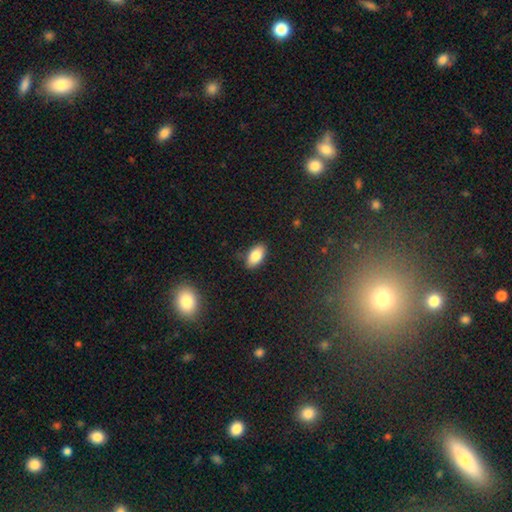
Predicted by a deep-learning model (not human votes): This is clearly a smooth galaxy (82%). How rounded: clearly in between (92%). Merging: clearly none (84%).